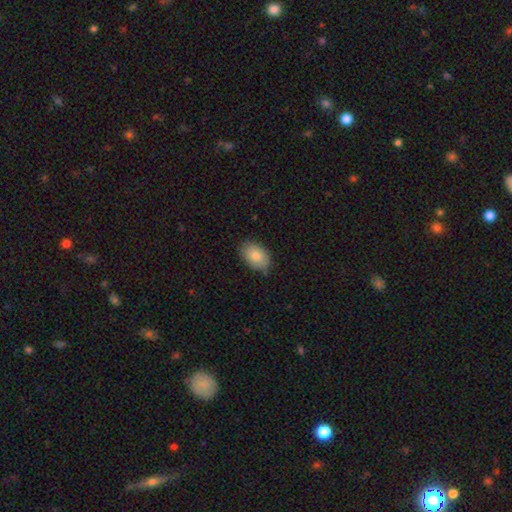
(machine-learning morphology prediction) Smooth or featured: smooth — 82% (featured or disk — 11%)
How rounded: in between — 89% (round — 10%)
Merging: none — 81% (minor disturbance — 16%)